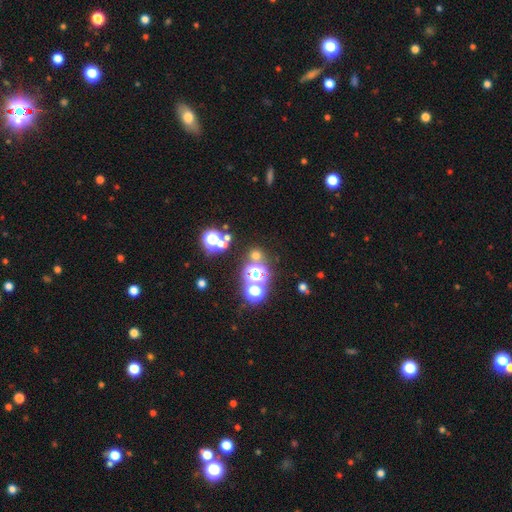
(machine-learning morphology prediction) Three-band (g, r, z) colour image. It shows a smooth galaxy with no disk features (50%). Merging: none (73%).